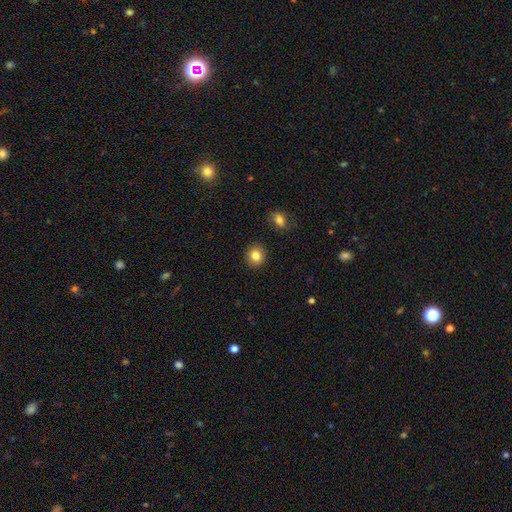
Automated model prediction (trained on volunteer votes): This appears to be a smooth galaxy with no disk features (84%) that is round (84%). Merging: none (91%).